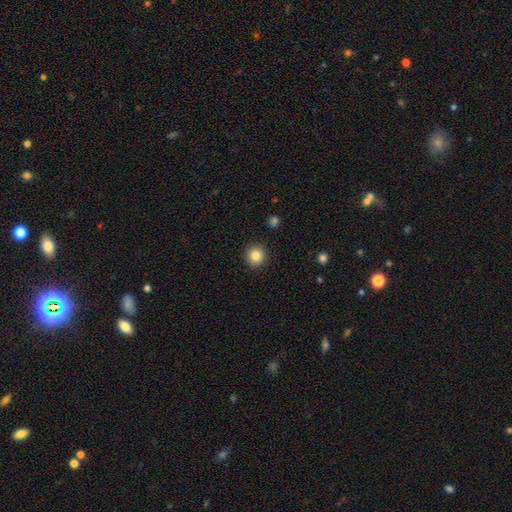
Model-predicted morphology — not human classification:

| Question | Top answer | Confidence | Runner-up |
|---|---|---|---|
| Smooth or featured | smooth | 85% | star or artifact (10%) |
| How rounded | round | 92% | in between (7%) |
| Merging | none | 92% | minor disturbance (5%) |